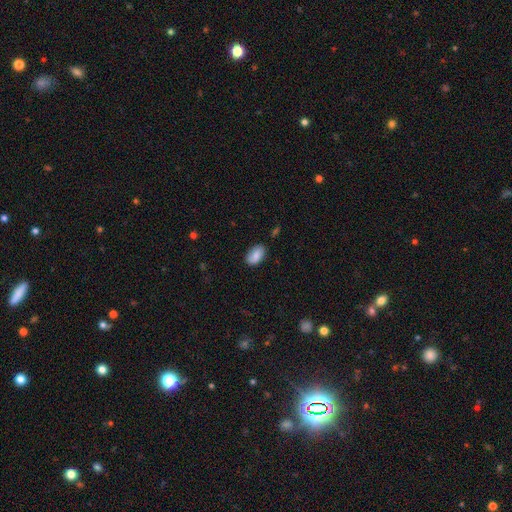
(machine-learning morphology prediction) The model was most divided on "merging": none: 79%, minor disturbance: 16%, major disturbance: 3%, merger: 2%. More confident: how rounded — in between (93%); smooth or featured — smooth (82%).